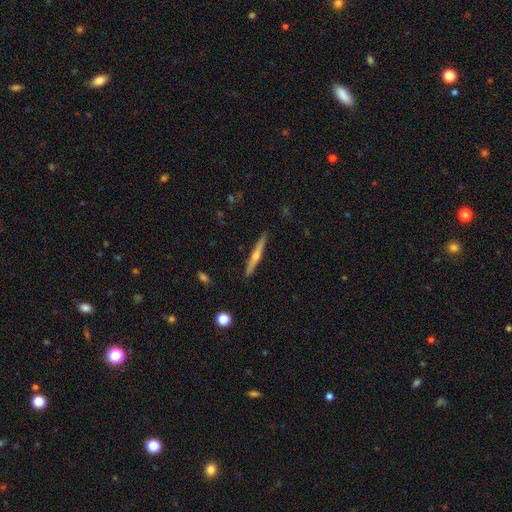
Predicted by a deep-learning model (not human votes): Smooth or featured?
  - featured or disk: 62% *
  - smooth: 32%
  - star or artifact: 6%
Edge-on disk?
  - yes: 97% *
  - no: 3%
Edge-on bulge?
  - rounded: 83% *
  - none: 14%
  - boxy: 4%
Merging?
  - none: 90% *
  - minor disturbance: 7%
  - major disturbance: 1%
  - merger: 1%